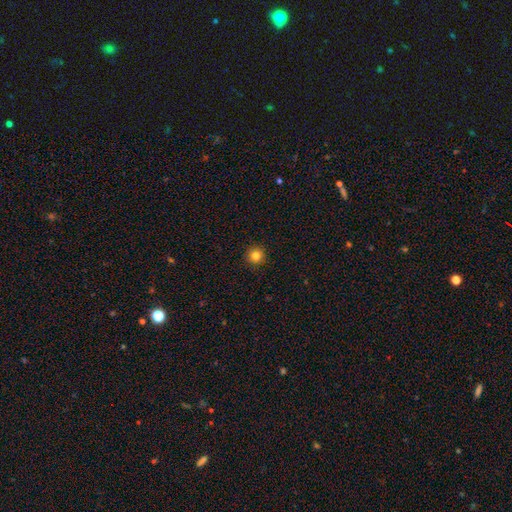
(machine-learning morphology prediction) Q: Smooth or featured?
A: smooth (82%); runner-up: star or artifact (12%)
Q: How rounded?
A: round (96%); runner-up: in between (3%)
Q: Merging?
A: none (93%); runner-up: minor disturbance (4%)